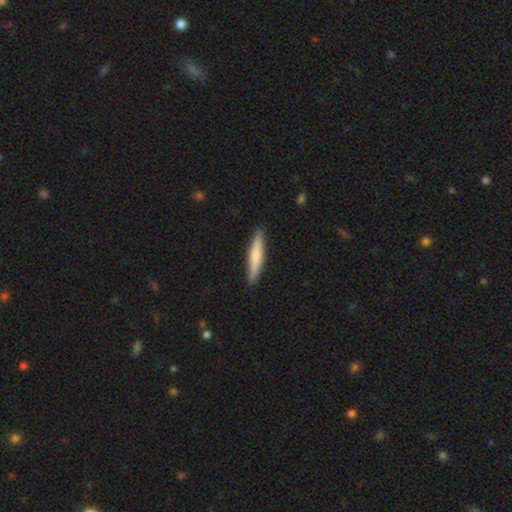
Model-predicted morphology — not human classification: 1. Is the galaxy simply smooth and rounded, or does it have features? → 66% smooth, 29% featured or disk, 5% star or artifact.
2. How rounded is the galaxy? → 92% cigar-shaped, 7% in between, 1% round.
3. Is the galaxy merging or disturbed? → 91% none, 7% minor disturbance, 1% major disturbance, 1% merger.